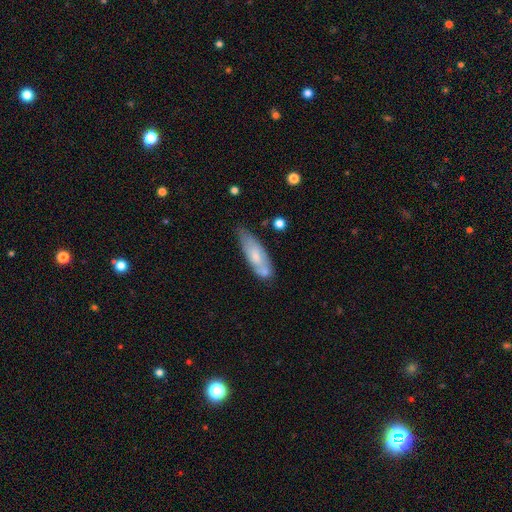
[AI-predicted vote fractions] The model was most divided on "how rounded": in between: 55%, cigar-shaped: 43%, round: 2%. More confident: smooth or featured — smooth (63%); merging — none (53%).